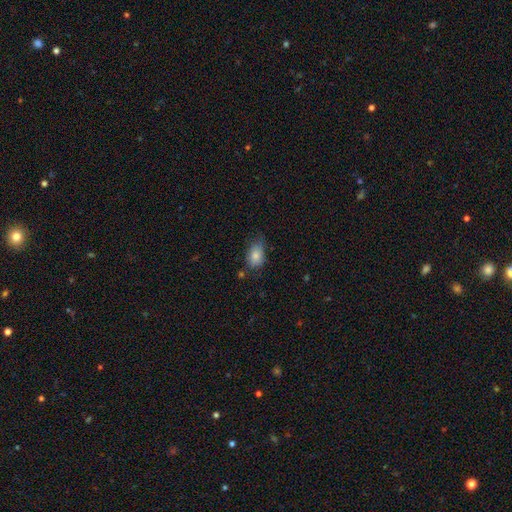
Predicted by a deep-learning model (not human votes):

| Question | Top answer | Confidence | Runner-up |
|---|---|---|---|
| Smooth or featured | smooth | 81% | featured or disk (10%) |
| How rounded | in between | 84% | round (14%) |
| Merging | none | 54% | minor disturbance (35%) |